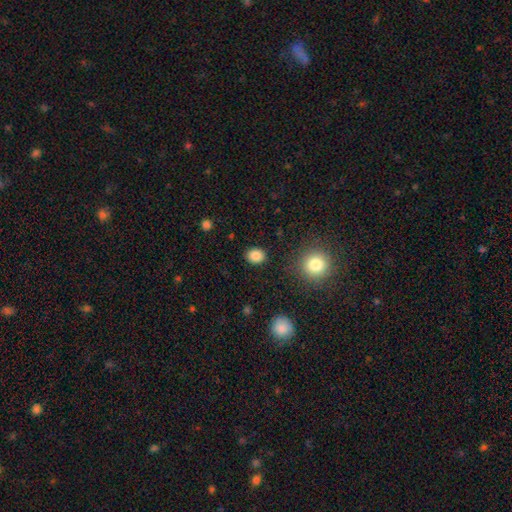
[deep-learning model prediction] smooth-or-featured: smooth: 85% | star or artifact: 10% | featured or disk: 5%
  how-rounded: round: 65% | in between: 34% | cigar-shaped: 1%
  merging: none: 89% | minor disturbance: 7% | major disturbance: 2% | merger: 2%